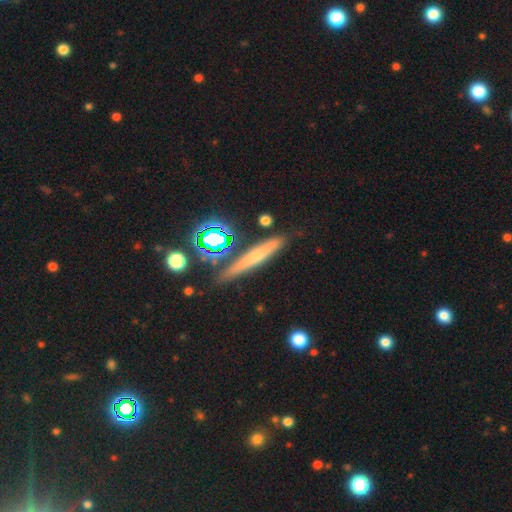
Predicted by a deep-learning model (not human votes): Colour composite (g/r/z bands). It shows a smooth galaxy with no disk features (50%). Merging: none (81%).